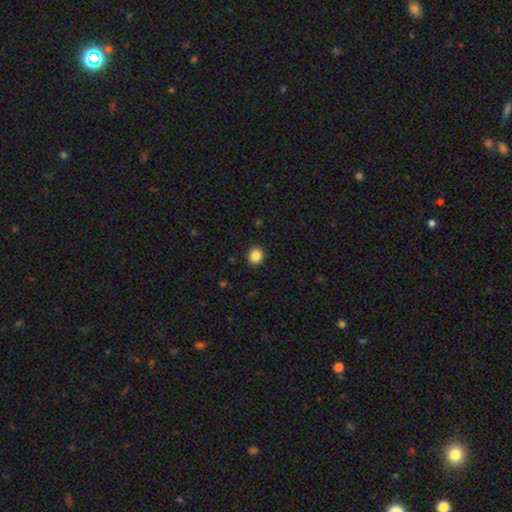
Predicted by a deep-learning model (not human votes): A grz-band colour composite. It shows a smooth galaxy with no disk features (85%) that is round (86%). Merging: none (92%).